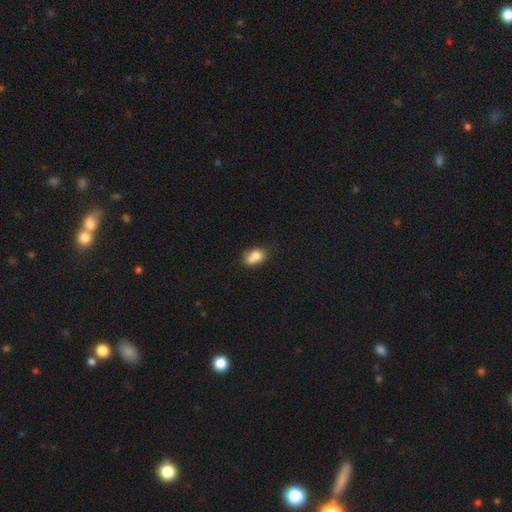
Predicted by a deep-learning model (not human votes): smooth-or-featured: smooth: 73% | featured or disk: 17% | star or artifact: 10%
  how-rounded: in between: 66% | round: 32% | cigar-shaped: 2%
  merging: merger: 47% | none: 34% | minor disturbance: 15% | major disturbance: 5%